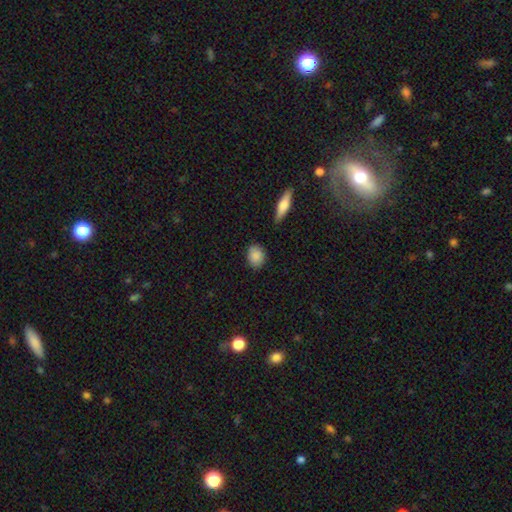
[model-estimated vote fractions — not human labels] smooth 87%, star or artifact 7%, featured or disk 5%. Down the decision tree: how rounded — in between (52%); merging — none (84%).